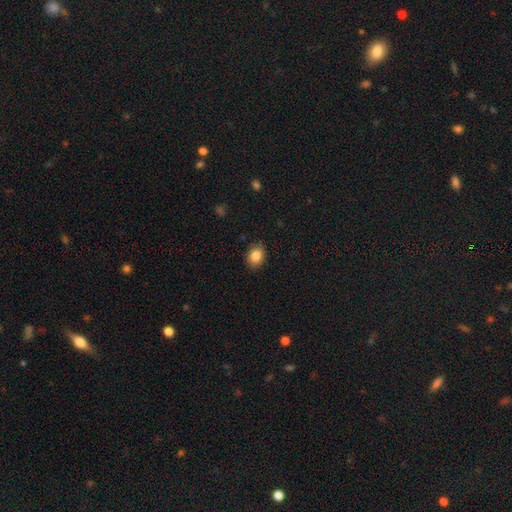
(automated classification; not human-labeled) Morphology: type=smooth (84%); roundness=in between (54%); merging=none (87%).